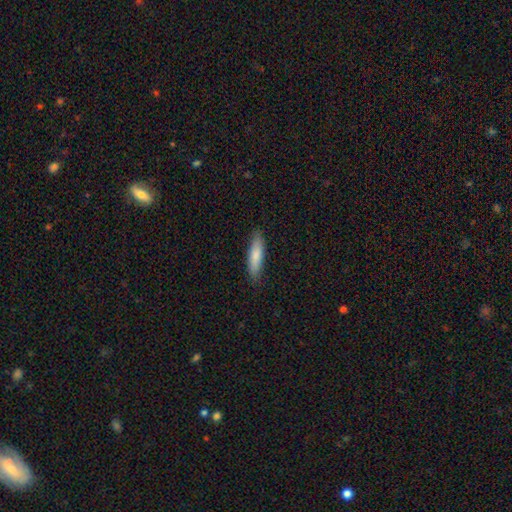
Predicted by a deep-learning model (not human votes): Smooth or featured? Predicted: smooth (p=0.82). How rounded? Predicted: cigar-shaped (p=0.70). Merging? Predicted: none (p=0.86).